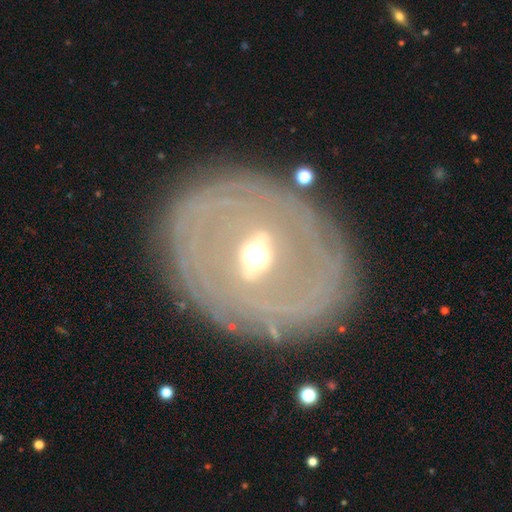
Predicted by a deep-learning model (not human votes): Q: Smooth or featured?
A: featured or disk (81%); runner-up: smooth (12%)
Q: Edge-on disk?
A: no (84%); runner-up: yes (16%)
Q: Bar?
A: strong (49%); runner-up: weak (33%)
Q: Spiral arms?
A: yes (61%); runner-up: no (39%)
Q: Bulge size?
A: moderate (64%); runner-up: small (24%)
Q: Merging?
A: none (80%); runner-up: minor disturbance (12%)